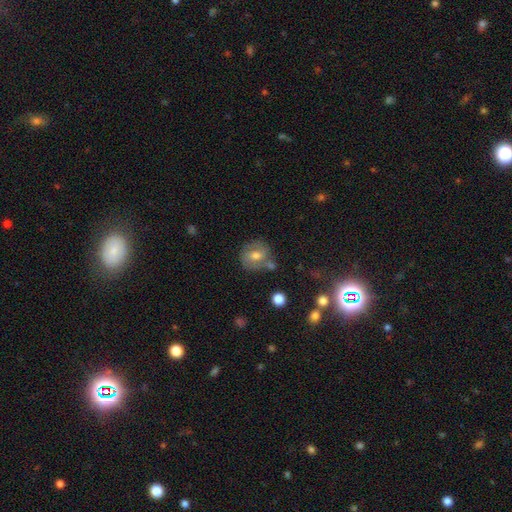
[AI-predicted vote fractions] This appears to be a smooth galaxy with no disk features (52%) that is round (71%). Merging: none (66%).